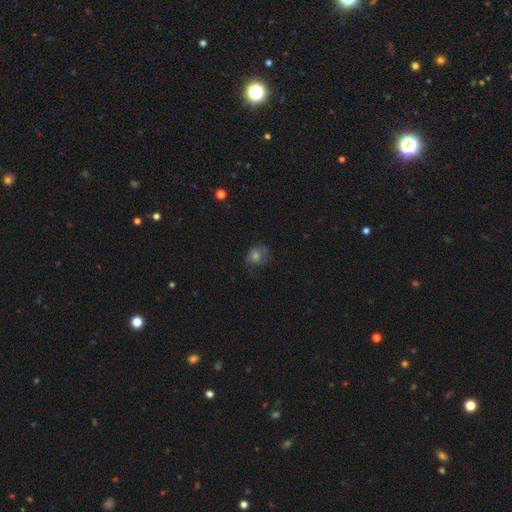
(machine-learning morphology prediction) Overall: smooth (50%; featured or disk 32%). Merging: none (64%).